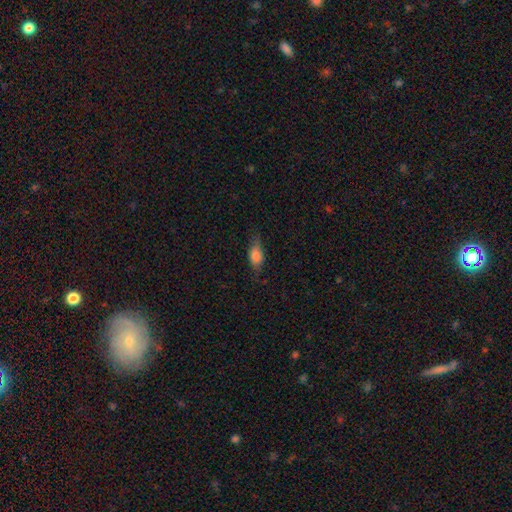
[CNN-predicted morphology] Overall: smooth (74%). How rounded: in between (79%). Merging: none (63%; minor disturbance 27%).